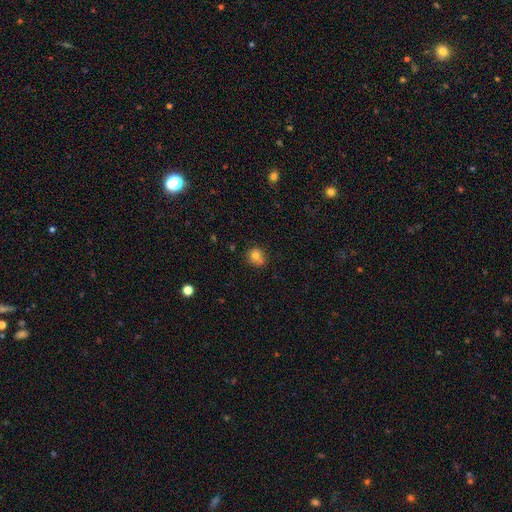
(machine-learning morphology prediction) Smooth or featured? Predicted: smooth (p=0.77). How rounded? Predicted: round (p=0.80). Merging? Predicted: none (p=0.60).